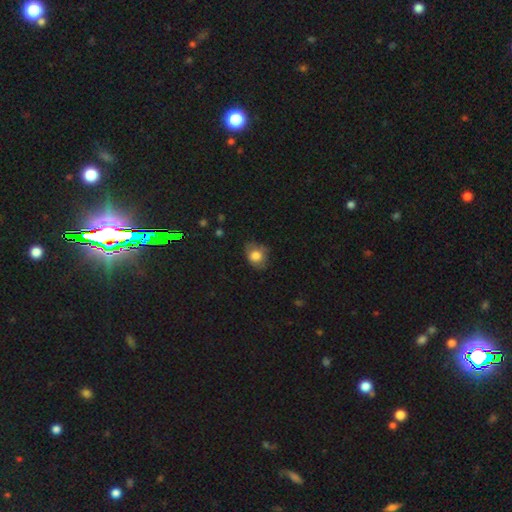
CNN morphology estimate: Smooth or featured?
  - smooth: 79% *
  - featured or disk: 12%
  - star or artifact: 9%
How rounded?
  - round: 54% *
  - in between: 45%
  - cigar-shaped: 1%
Merging?
  - none: 61% *
  - minor disturbance: 29%
  - major disturbance: 10%
  - merger: 1%